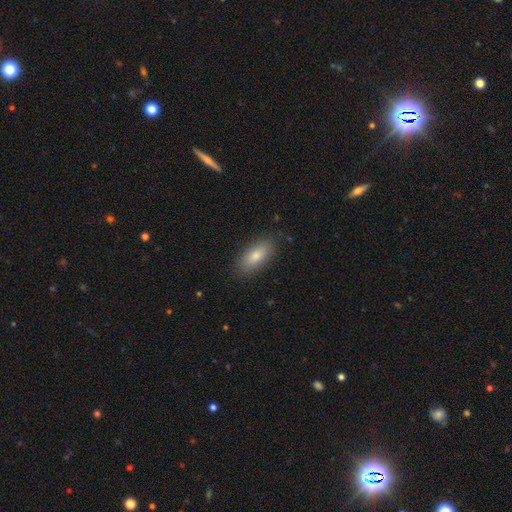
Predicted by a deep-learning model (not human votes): Smooth or featured? Predicted: smooth (p=0.79). How rounded? Predicted: in between (p=0.80). Merging? Predicted: none (p=0.86).